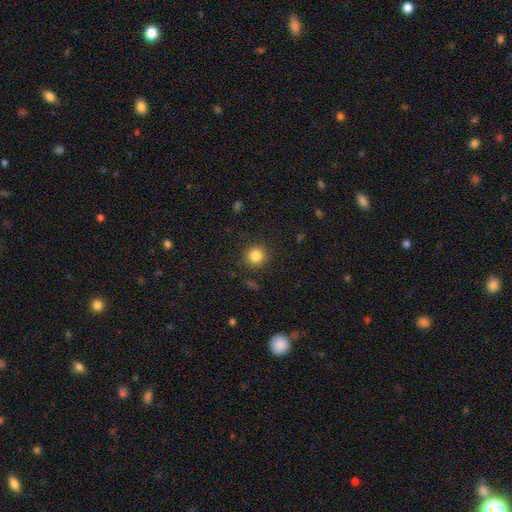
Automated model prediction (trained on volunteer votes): A smooth galaxy with no disk features (84%) that is round (94%).

Vote fractions:
- Smooth or featured? smooth: 84% / star or artifact: 11% / featured or disk: 5%
- How rounded? round: 94% / in between: 5% / cigar-shaped: 1%
- Merging? none: 89% / minor disturbance: 7% / major disturbance: 3% / merger: 1%